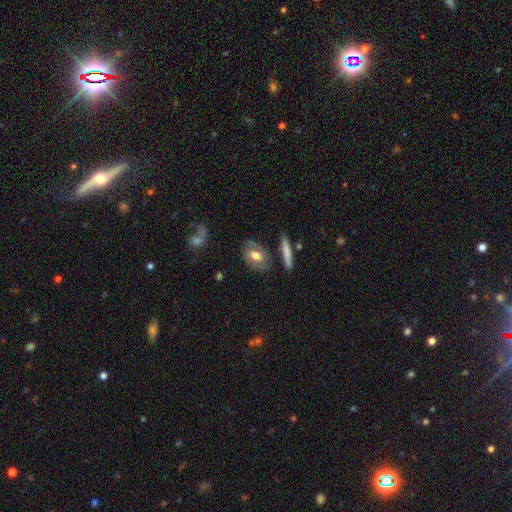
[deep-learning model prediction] This appears to be a smooth galaxy with no disk features (56%) that is in between round and cigar-shaped (77%). Merging: none (72%).